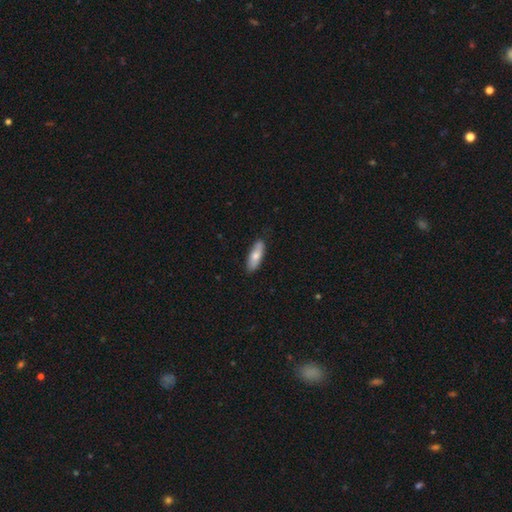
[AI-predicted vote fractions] Smooth or featured? Predicted: smooth (p=0.69). How rounded? Predicted: in between (p=0.56). Merging? Predicted: none (p=0.84).